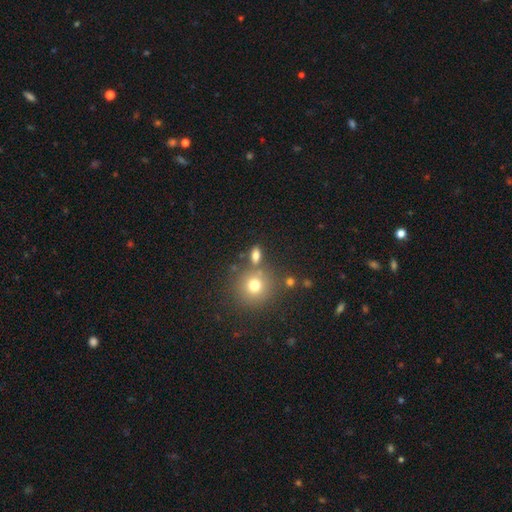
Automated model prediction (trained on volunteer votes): Morphology: type=smooth (75%); roundness=in between (68%); merging=none (70%).